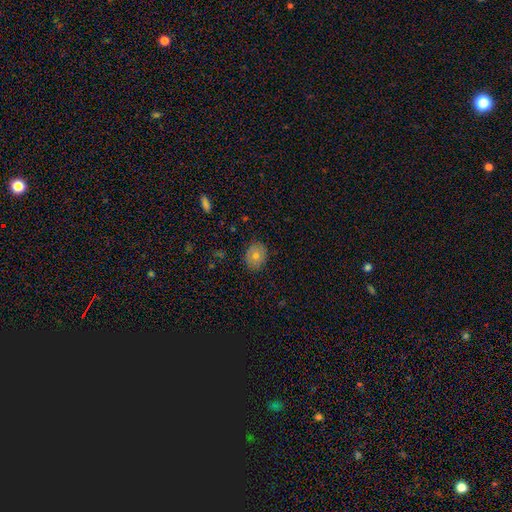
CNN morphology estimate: Q: Smooth or featured?
A: smooth (64%); runner-up: featured or disk (24%)
Q: How rounded?
A: round (59%); runner-up: in between (40%)
Q: Merging?
A: none (85%); runner-up: minor disturbance (11%)